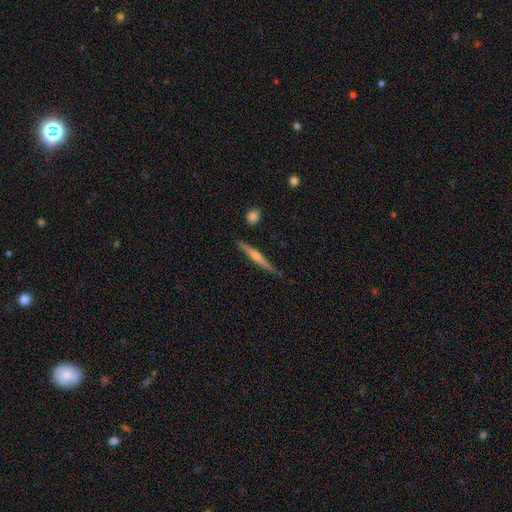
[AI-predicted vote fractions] A featured or disk galaxy (62%) viewed edge-on (97%) with a rounded central bulge (77%). Merging: none (84%).